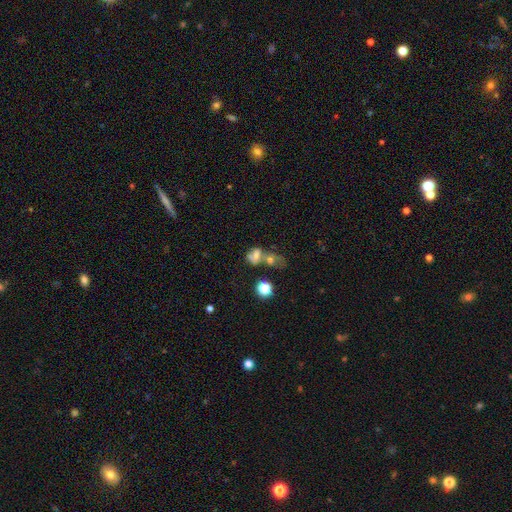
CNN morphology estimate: A smooth galaxy with no disk features (58%) that is in between round and cigar-shaped (60%).

Vote fractions:
- Smooth or featured? smooth: 58% / featured or disk: 25% / star or artifact: 17%
- How rounded? in between: 60% / round: 37% / cigar-shaped: 3%
- Merging? merger: 56% / none: 21% / major disturbance: 13% / minor disturbance: 10%